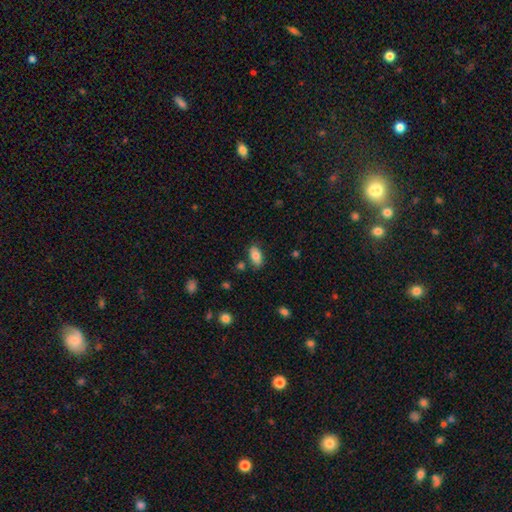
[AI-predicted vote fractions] Smooth or featured?
  - smooth: 82% *
  - featured or disk: 11%
  - star or artifact: 7%
How rounded?
  - in between: 92% *
  - cigar-shaped: 4%
  - round: 3%
Merging?
  - none: 79% *
  - minor disturbance: 14%
  - merger: 4%
  - major disturbance: 3%